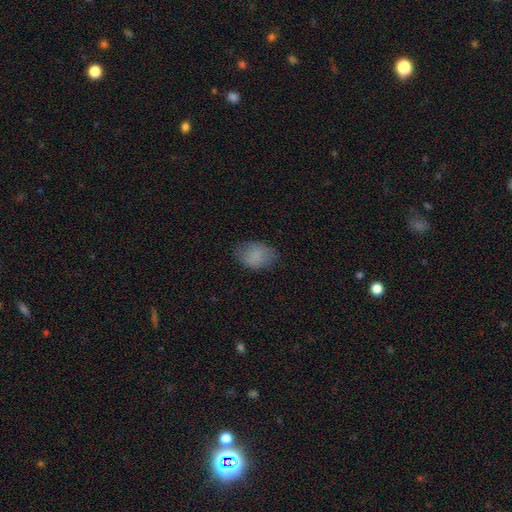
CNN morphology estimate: smooth_or_featured: smooth (p=0.84) [alt: star or artifact p=0.08]
how_rounded: in between (p=0.79) [alt: round p=0.20]
merging: none (p=0.74) [alt: minor disturbance p=0.20]